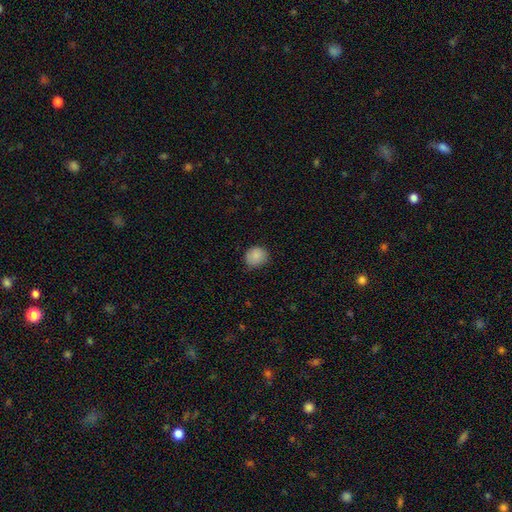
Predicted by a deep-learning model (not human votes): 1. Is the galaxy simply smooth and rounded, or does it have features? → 87% smooth, 8% star or artifact, 4% featured or disk.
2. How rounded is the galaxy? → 73% round, 26% in between, 1% cigar-shaped.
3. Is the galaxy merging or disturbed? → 73% none, 23% minor disturbance, 3% major disturbance, 1% merger.